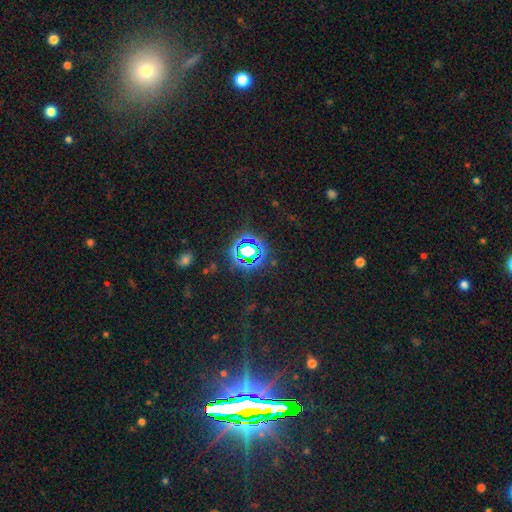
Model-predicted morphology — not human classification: Overall: star or artifact (80%).